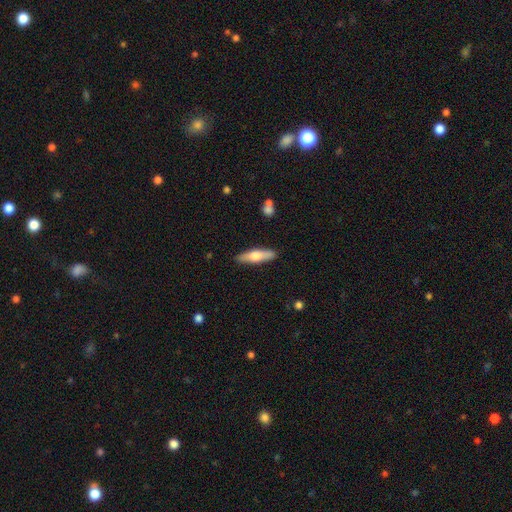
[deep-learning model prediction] smooth 57%, featured or disk 38%, star or artifact 6%. Down the decision tree: how rounded — cigar-shaped (68%); merging — none (88%).